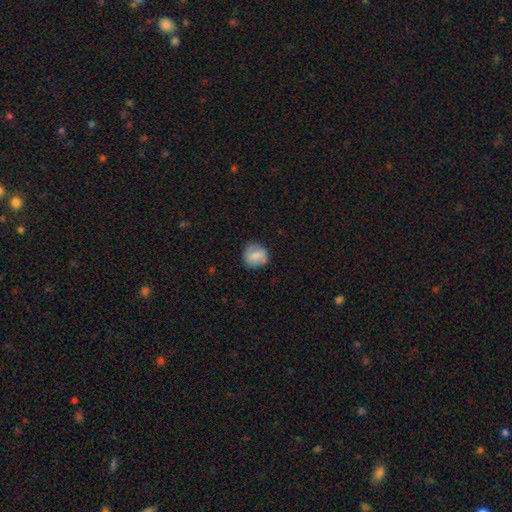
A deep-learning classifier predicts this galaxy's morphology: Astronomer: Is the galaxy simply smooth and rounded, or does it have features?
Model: smooth — 75%.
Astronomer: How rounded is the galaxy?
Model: round — 85%.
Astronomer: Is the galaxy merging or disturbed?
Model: none — 81%.